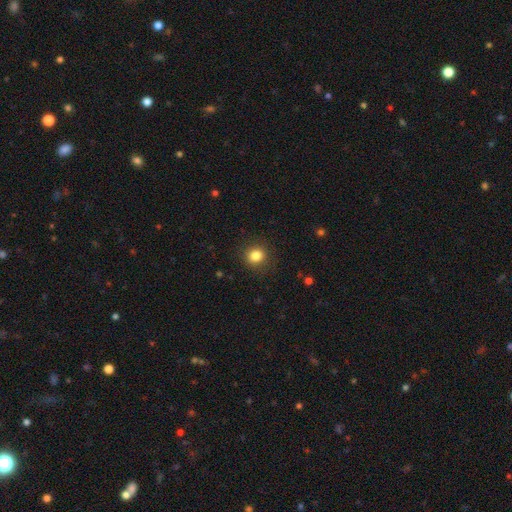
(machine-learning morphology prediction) A smooth galaxy with no disk features (84%) that is round (84%). Merging: none (89%).